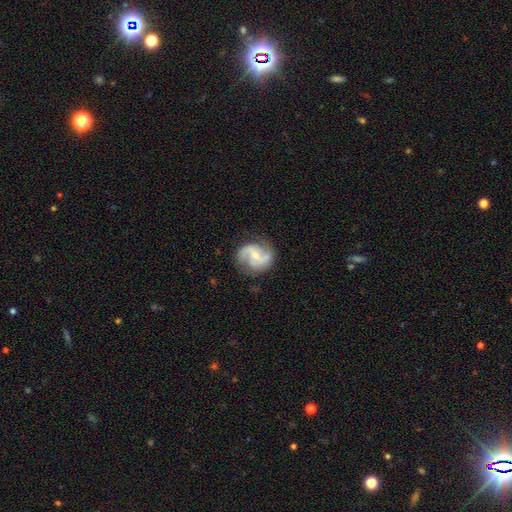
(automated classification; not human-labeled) Smooth or featured? featured or disk (83%)
Edge-on disk? no (98%)
Bar? weak (50%)
Spiral arms? yes (95%)
Spiral winding? medium (47%)
Spiral arm count? 2 (88%)
Bulge size? small (54%)
Merging? none (75%)